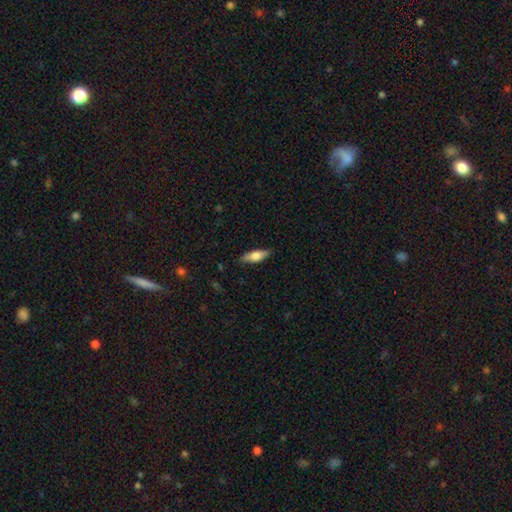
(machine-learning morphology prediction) Overall: smooth (71%). How rounded: in between (59%; cigar-shaped 39%). Merging: none (85%).